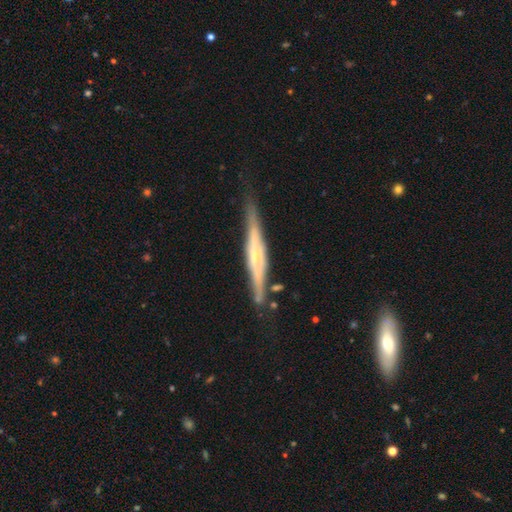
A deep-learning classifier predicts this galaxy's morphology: A featured or disk galaxy (75%) viewed edge-on (94%) with a rounded central bulge (57%).

Vote fractions:
- Smooth or featured? featured or disk: 75% / smooth: 19% / star or artifact: 6%
- Edge-on disk? yes: 94% / no: 6%
- Edge-on bulge? rounded: 57% / boxy: 23% / none: 20%
- Merging? none: 76% / minor disturbance: 17% / major disturbance: 4% / merger: 3%